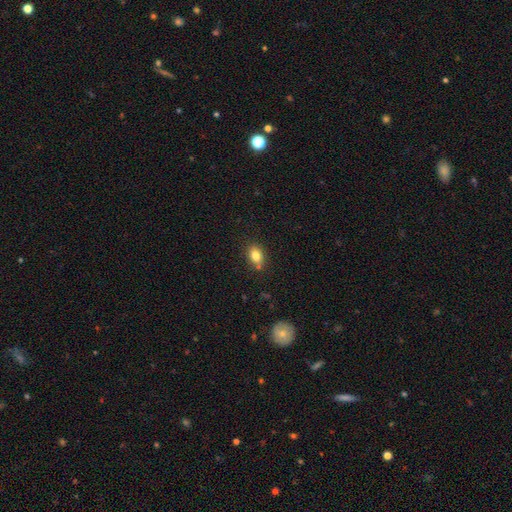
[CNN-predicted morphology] smooth_or_featured: smooth (p=0.81) [alt: star or artifact p=0.10]
how_rounded: in between (p=0.73) [alt: round p=0.26]
merging: none (p=0.76) [alt: minor disturbance p=0.14]